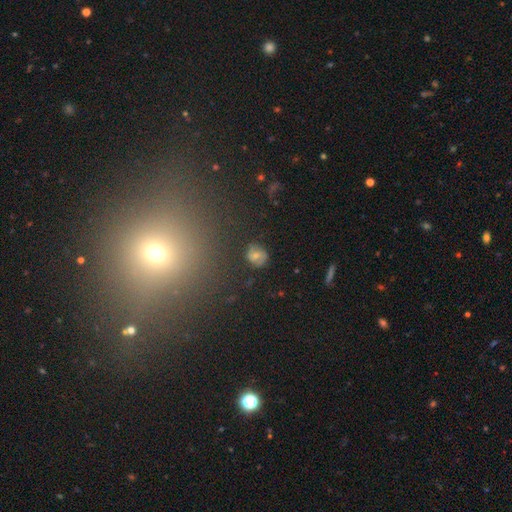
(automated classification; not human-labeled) A smooth galaxy with no disk features (45%). Merging: none (75%).